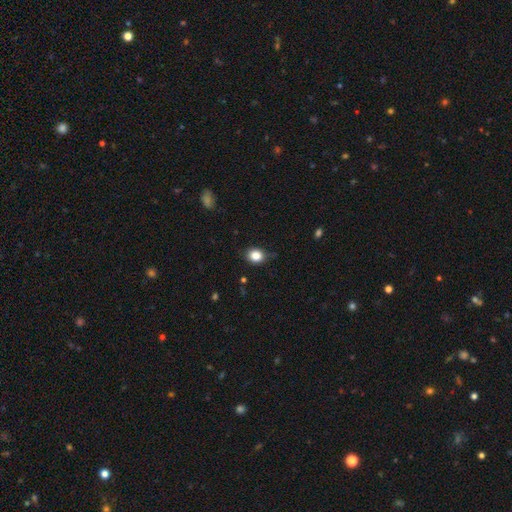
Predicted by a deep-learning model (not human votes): Smooth or featured: smooth — 85% (star or artifact — 10%)
How rounded: round — 59% (in between — 40%)
Merging: none — 77% (minor disturbance — 18%)